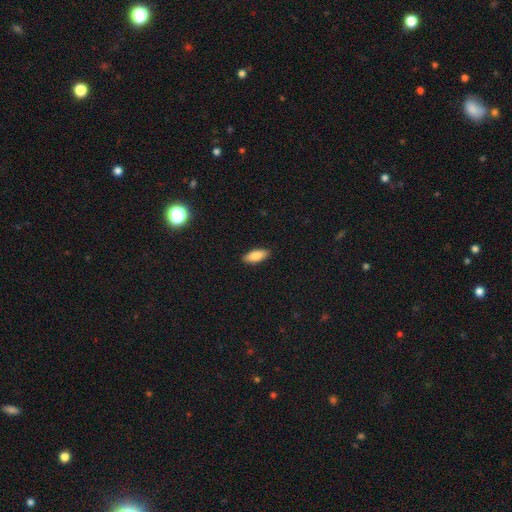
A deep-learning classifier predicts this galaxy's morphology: smooth_or_featured: smooth (p=0.85) [alt: featured or disk p=0.08]
how_rounded: in between (p=0.78) [alt: cigar-shaped p=0.20]
merging: none (p=0.89) [alt: minor disturbance p=0.08]